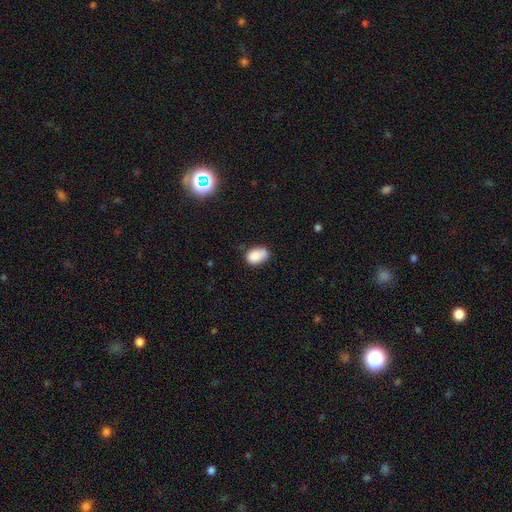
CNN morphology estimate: smooth-or-featured: smooth: 85% | star or artifact: 9% | featured or disk: 7%
  how-rounded: in between: 83% | round: 16% | cigar-shaped: 1%
  merging: none: 58% | minor disturbance: 30% | major disturbance: 7% | merger: 6%